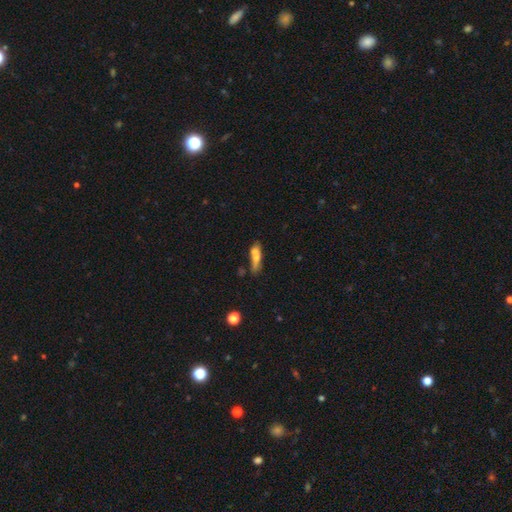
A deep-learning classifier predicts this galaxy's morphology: smooth-or-featured: smooth: 60% | featured or disk: 31% | star or artifact: 9%
  how-rounded: cigar-shaped: 64% | in between: 32% | round: 4%
  merging: none: 48% | merger: 25% | minor disturbance: 19% | major disturbance: 8%